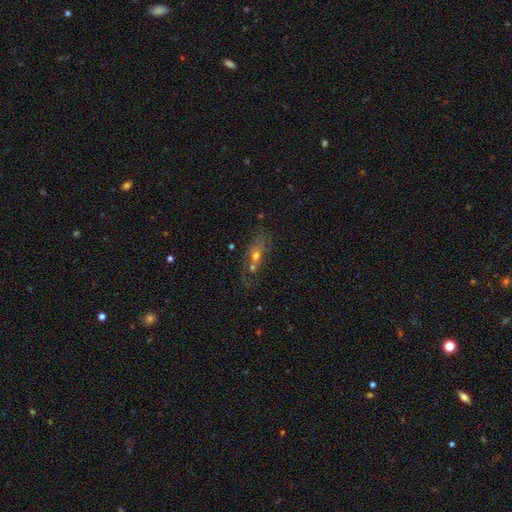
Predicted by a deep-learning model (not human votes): smooth 48%, featured or disk 39%, star or artifact 13%. Down the decision tree: merging — merger (40%).